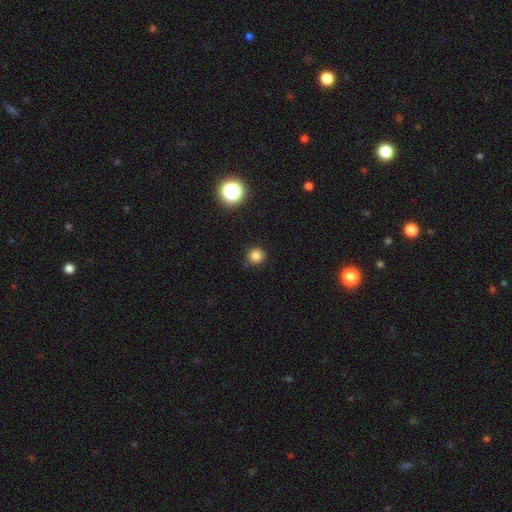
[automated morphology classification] type=smooth (81%); roundness=round (94%); merging=none (87%).